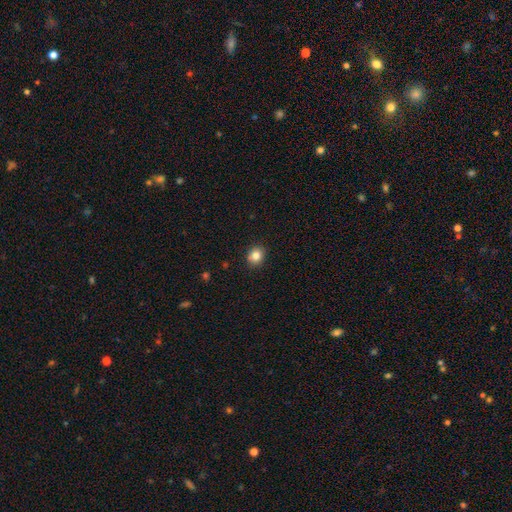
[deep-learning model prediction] Smooth or featured?
  - smooth: 83% *
  - star or artifact: 11%
  - featured or disk: 6%
How rounded?
  - round: 75% *
  - in between: 25%
  - cigar-shaped: 1%
Merging?
  - none: 89% *
  - minor disturbance: 8%
  - major disturbance: 2%
  - merger: 1%